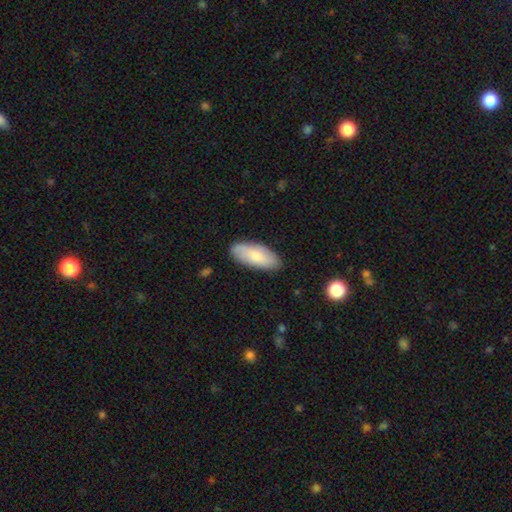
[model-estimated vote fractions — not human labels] Smooth or featured: smooth — 74% (featured or disk — 20%)
How rounded: in between — 83% (cigar-shaped — 15%)
Merging: none — 85% (minor disturbance — 11%)